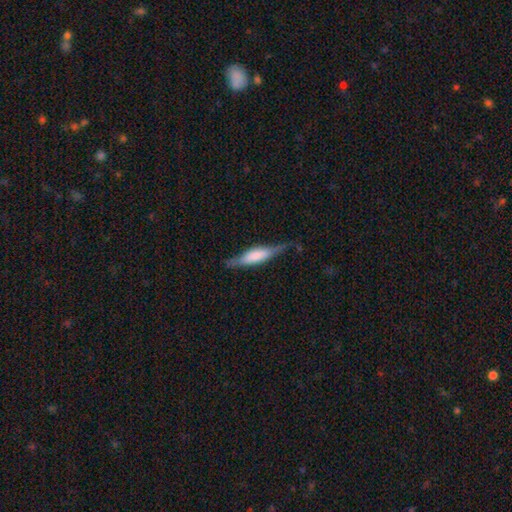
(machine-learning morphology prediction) Smooth or featured? Predicted: featured or disk (p=0.48). Merging? Predicted: none (p=0.72).